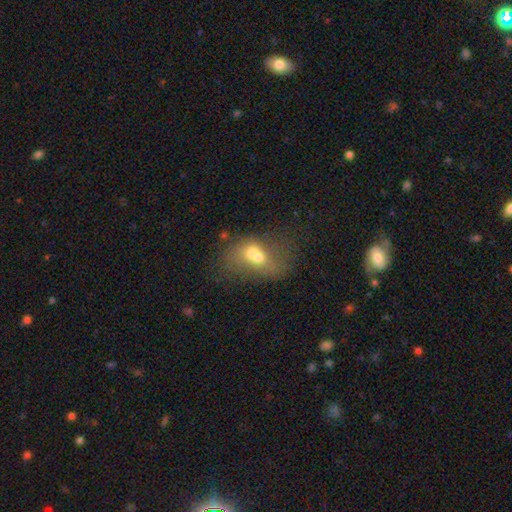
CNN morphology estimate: smooth_or_featured: smooth (p=0.55) [alt: featured or disk p=0.34]
how_rounded: in between (p=0.69) [alt: round p=0.28]
merging: merger (p=0.61) [alt: none p=0.19]